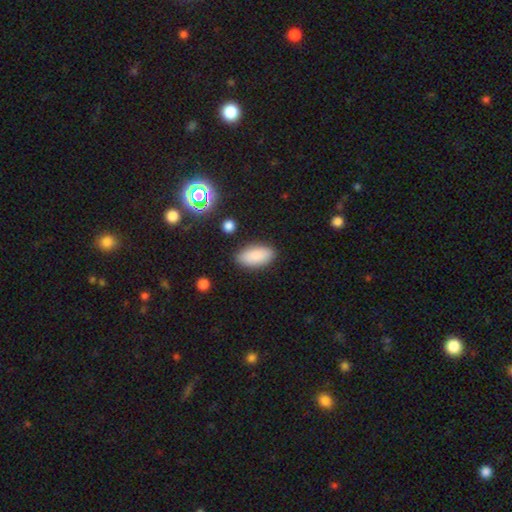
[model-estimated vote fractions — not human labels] Morphology: type=smooth (87%); roundness=in between (91%); merging=none (86%).